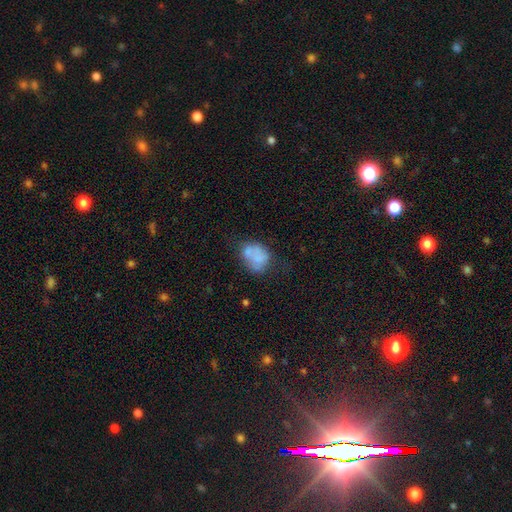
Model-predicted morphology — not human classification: smooth-or-featured: smooth: 58% | featured or disk: 32% | star or artifact: 10%
  how-rounded: in between: 60% | round: 39% | cigar-shaped: 1%
  merging: none: 36% | minor disturbance: 25% | merger: 21% | major disturbance: 18%